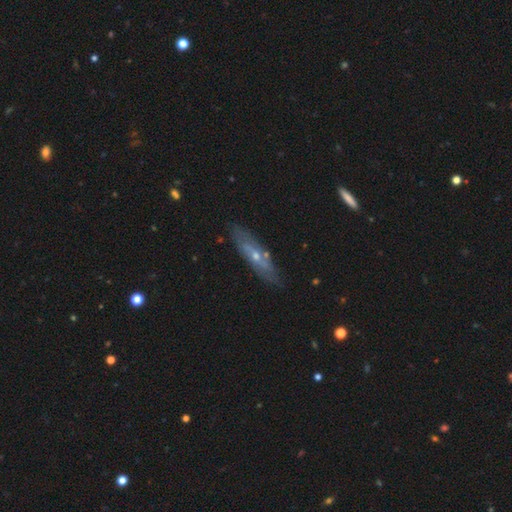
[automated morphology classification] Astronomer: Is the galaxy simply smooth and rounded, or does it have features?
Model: featured or disk — 63%.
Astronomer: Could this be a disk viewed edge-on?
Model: no — 55% (runner-up: yes, 45%).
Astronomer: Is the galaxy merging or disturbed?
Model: none — 78%.